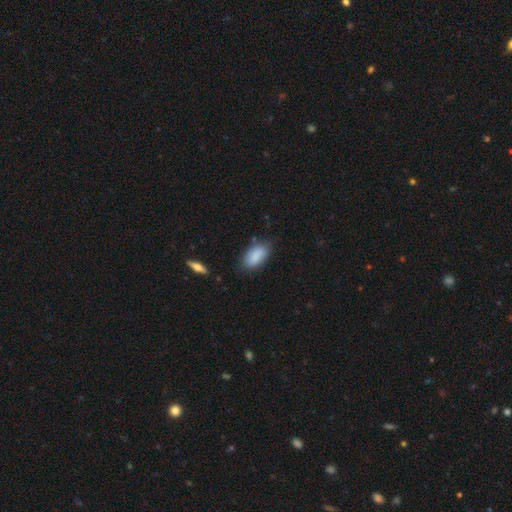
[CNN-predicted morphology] type=smooth (87%); roundness=in between (92%); merging=none (74%).